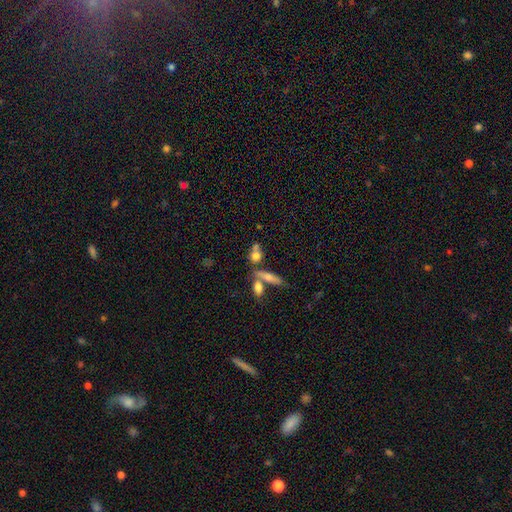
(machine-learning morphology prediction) Smooth or featured? smooth (69%)
How rounded? in between (40%)
Merging? none (47%)